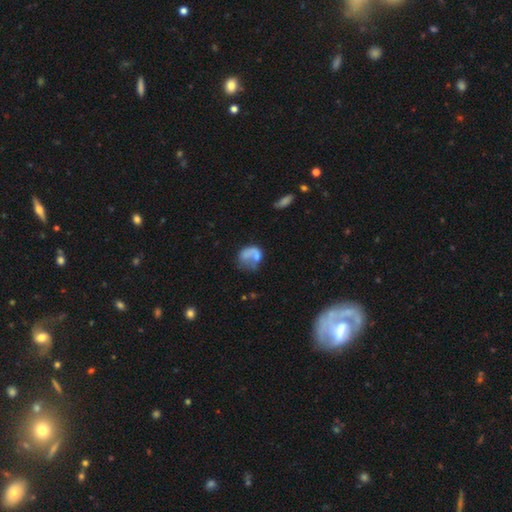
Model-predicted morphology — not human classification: This appears to be a smooth galaxy with no disk features (48%). Merging: none (35%).